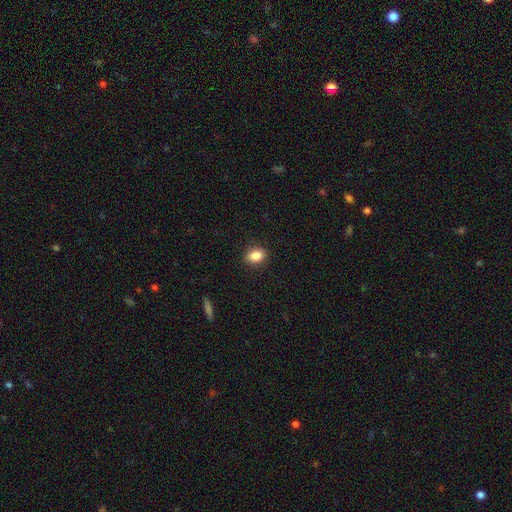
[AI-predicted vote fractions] The model was most divided on "how rounded": in between: 75%, round: 23%, cigar-shaped: 2%. More confident: merging — none (89%); smooth or featured — smooth (85%).